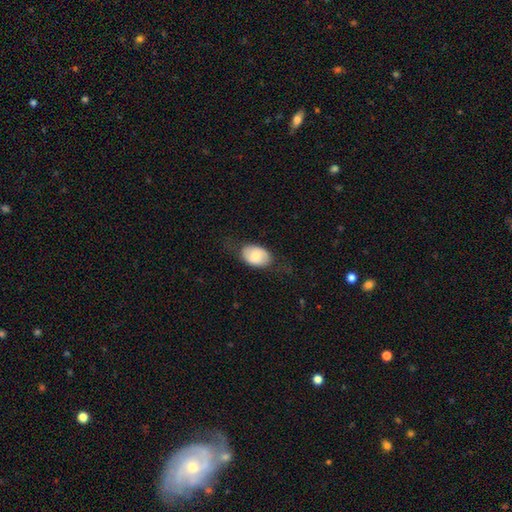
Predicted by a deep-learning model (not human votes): Smooth or featured?
  - smooth: 73% *
  - featured or disk: 21%
  - star or artifact: 6%
How rounded?
  - in between: 87% *
  - round: 12%
  - cigar-shaped: 1%
Merging?
  - none: 66% *
  - minor disturbance: 23%
  - major disturbance: 10%
  - merger: 1%